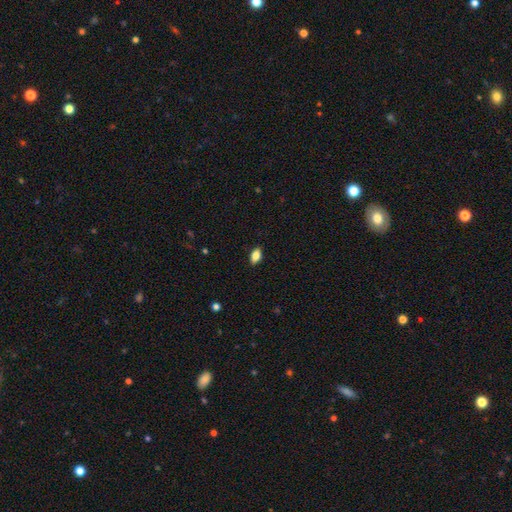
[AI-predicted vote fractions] The model was most divided on "smooth or featured": smooth: 83%, featured or disk: 9%, star or artifact: 8%. More confident: how rounded — in between (89%); merging — none (88%).